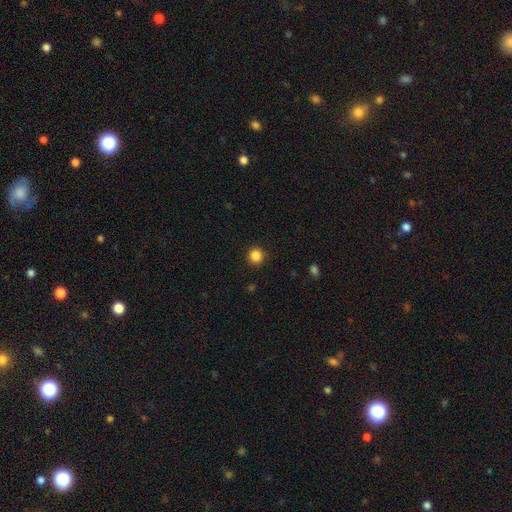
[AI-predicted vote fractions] Smooth or featured? smooth (86%)
How rounded? round (94%)
Merging? none (92%)